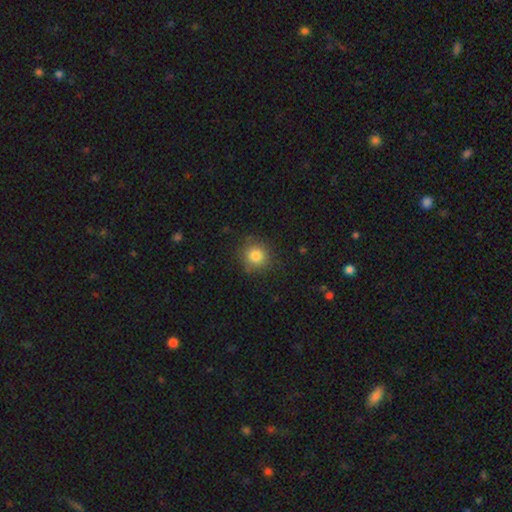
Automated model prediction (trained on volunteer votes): smooth 83%, star or artifact 11%, featured or disk 6%. Down the decision tree: how rounded — round (90%); merging — none (84%).